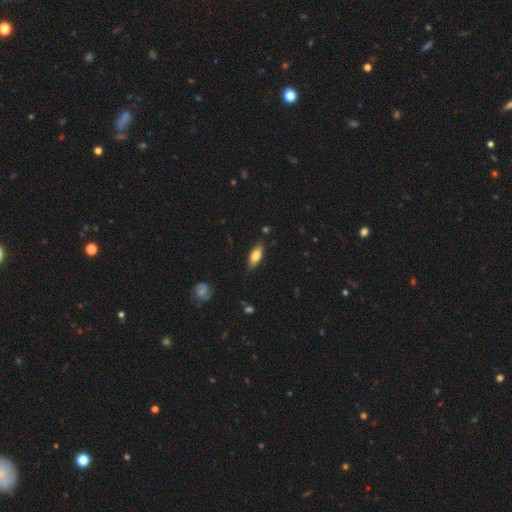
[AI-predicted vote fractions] smooth_or_featured: smooth (p=0.76) [alt: featured or disk p=0.18]
how_rounded: in between (p=0.75) [alt: cigar-shaped p=0.23]
merging: none (p=0.81) [alt: minor disturbance p=0.15]